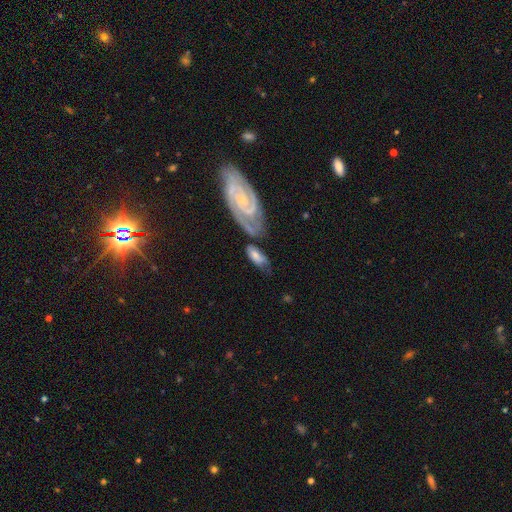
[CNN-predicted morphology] smooth-or-featured: featured or disk: 56% | smooth: 38% | star or artifact: 6%
  disk-edge-on: no: 92% | yes: 8%
    bar: no: 54% | weak: 34% | strong: 12%
    has-spiral-arms: yes: 89% | no: 11%
    bulge-size: small: 63% | moderate: 24% | none: 8% | large: 4% | dominant: 2%
  merging: none: 41% | merger: 26% | minor disturbance: 22% | major disturbance: 11%